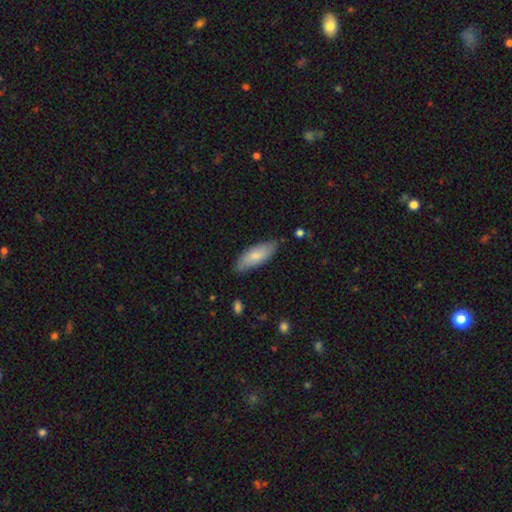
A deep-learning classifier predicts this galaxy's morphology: The model was most divided on "how rounded": in between: 68%, cigar-shaped: 30%, round: 2%. More confident: merging — none (80%); smooth or featured — smooth (78%).